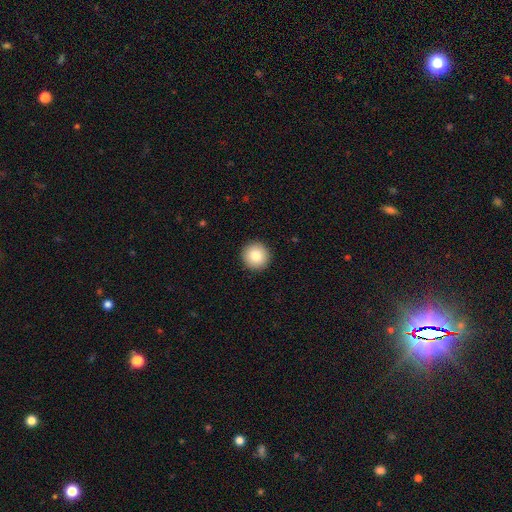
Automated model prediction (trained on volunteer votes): This appears to be a smooth galaxy with no disk features (82%) that is round (95%). Merging: none (93%).